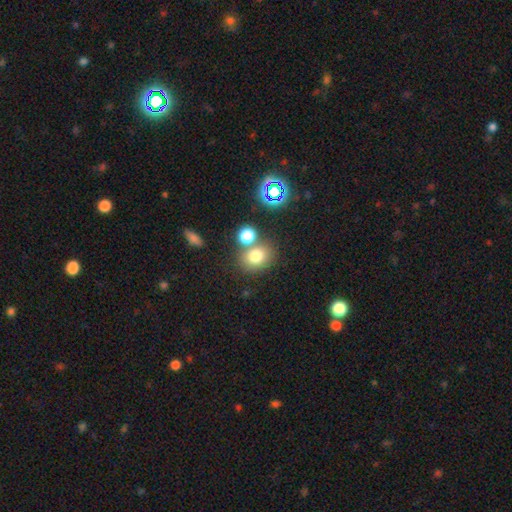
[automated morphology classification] type=smooth (75%); roundness=round (58%); merging=none (59%).